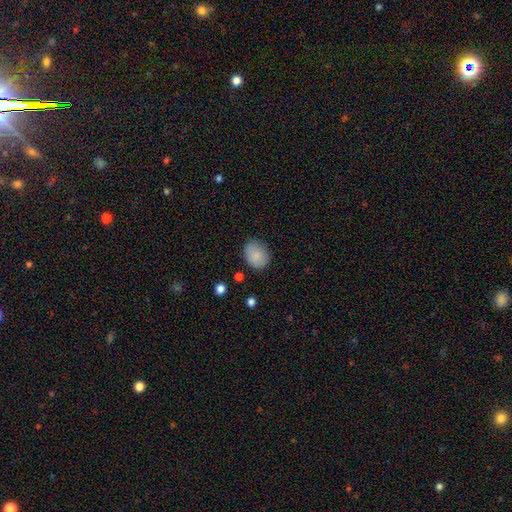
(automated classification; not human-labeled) smooth_or_featured: smooth (p=0.85) [alt: star or artifact p=0.08]
how_rounded: in between (p=0.55) [alt: round p=0.44]
merging: none (p=0.78) [alt: minor disturbance p=0.17]